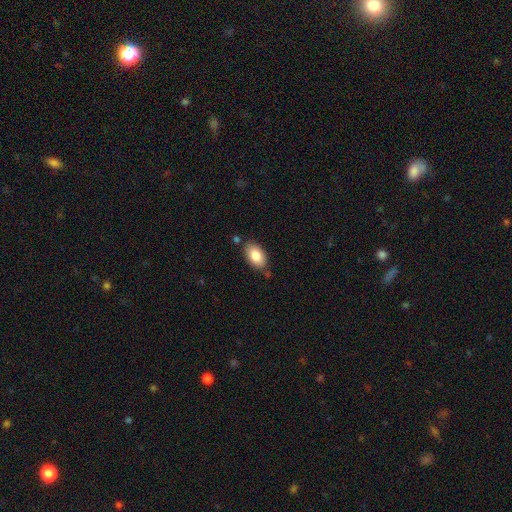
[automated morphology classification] type=smooth (84%); roundness=in between (94%); merging=none (78%).